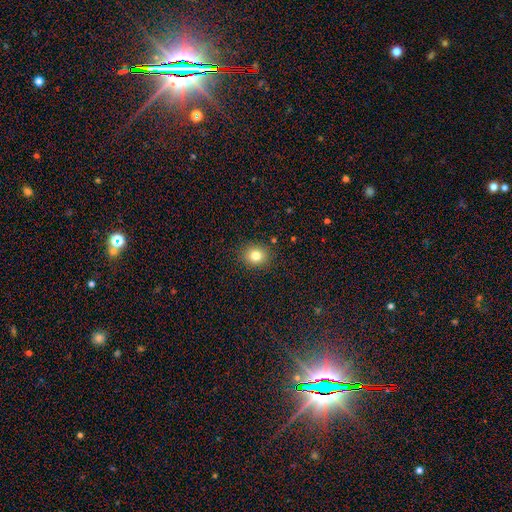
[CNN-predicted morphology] Smooth or featured? Predicted: smooth (p=0.81). How rounded? Predicted: round (p=0.74). Merging? Predicted: none (p=0.89).